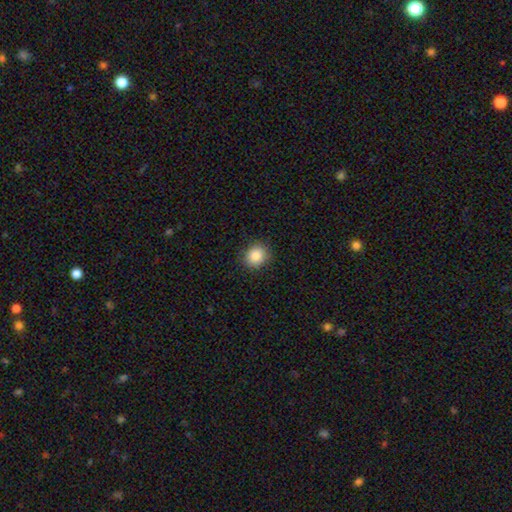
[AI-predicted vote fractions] smooth 86%, star or artifact 9%, featured or disk 5%. Down the decision tree: how rounded — round (74%); merging — none (89%).